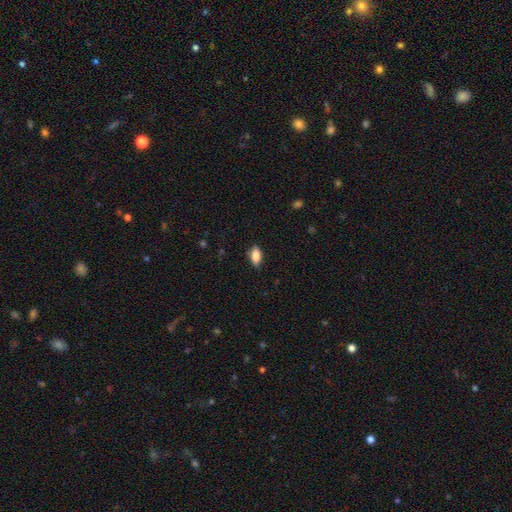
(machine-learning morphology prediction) Smooth or featured? Predicted: smooth (p=0.83). How rounded? Predicted: in between (p=0.87). Merging? Predicted: none (p=0.85).